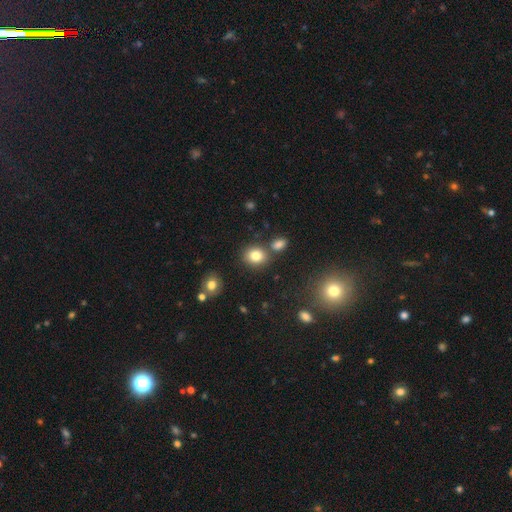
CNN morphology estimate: Smooth or featured?
  - smooth: 81% *
  - star or artifact: 12%
  - featured or disk: 7%
How rounded?
  - round: 65% *
  - in between: 34%
  - cigar-shaped: 1%
Merging?
  - none: 74% *
  - merger: 13%
  - minor disturbance: 10%
  - major disturbance: 3%